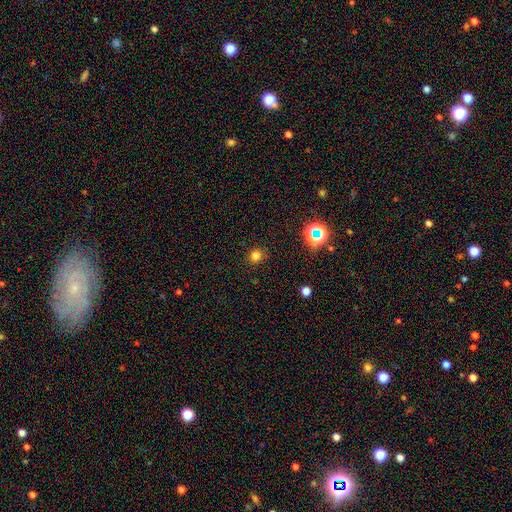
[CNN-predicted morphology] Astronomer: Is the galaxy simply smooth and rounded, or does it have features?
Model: smooth — 78%.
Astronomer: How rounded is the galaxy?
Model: round — 90%.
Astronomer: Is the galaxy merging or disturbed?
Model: none — 89%.